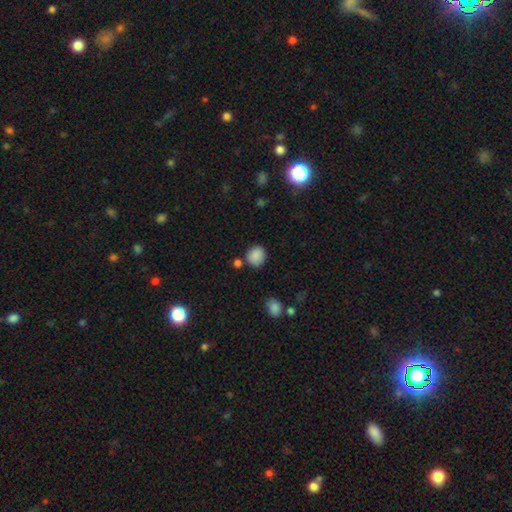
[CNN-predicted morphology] The model was most divided on "how rounded": round: 80%, in between: 19%, cigar-shaped: 1%. More confident: smooth or featured — smooth (86%); merging — none (78%).